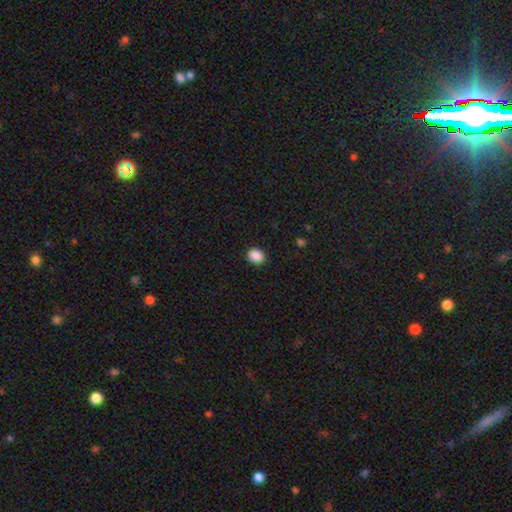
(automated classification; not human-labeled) Smooth or featured? Predicted: smooth (p=0.89). How rounded? Predicted: in between (p=0.56). Merging? Predicted: none (p=0.90).